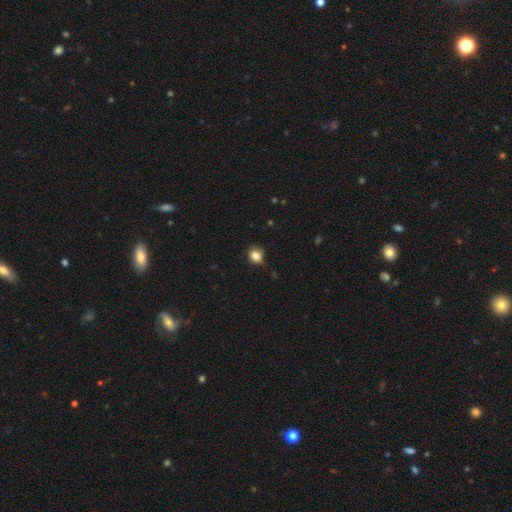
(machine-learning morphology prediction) Smooth or featured? Predicted: smooth (p=0.84). How rounded? Predicted: round (p=0.81). Merging? Predicted: none (p=0.74).